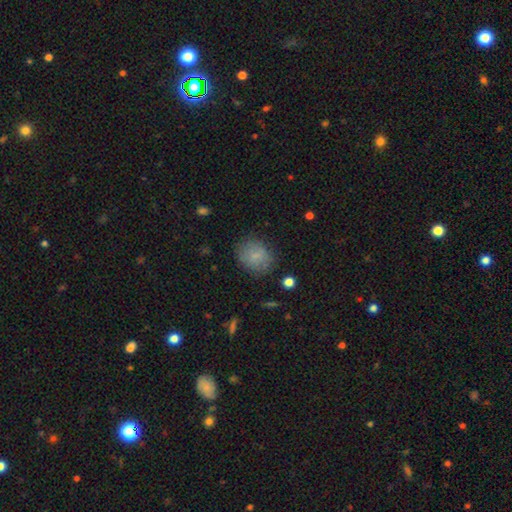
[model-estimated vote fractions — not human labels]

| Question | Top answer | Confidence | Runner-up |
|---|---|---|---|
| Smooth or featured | smooth | 79% | featured or disk (12%) |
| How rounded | round | 56% | in between (42%) |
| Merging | none | 77% | minor disturbance (16%) |